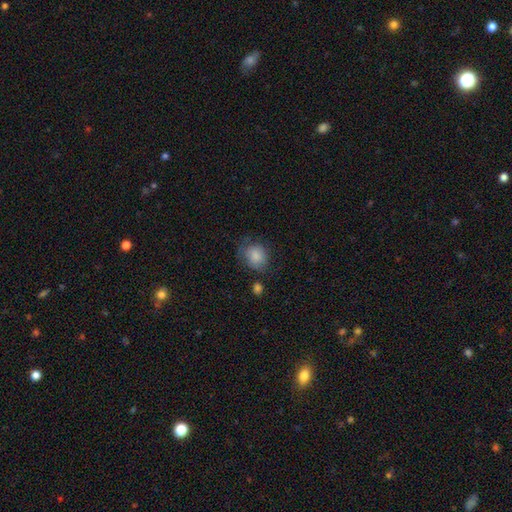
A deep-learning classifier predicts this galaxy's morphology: This appears to be a smooth galaxy with no disk features (84%) that is round (67%). Merging: none (63%).